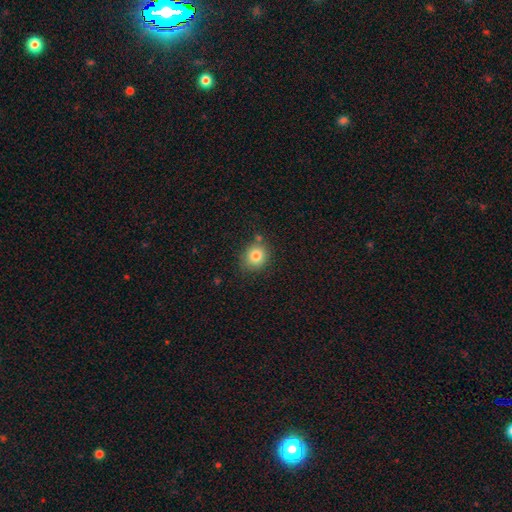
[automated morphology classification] Q: Smooth or featured?
A: smooth (81%); runner-up: star or artifact (11%)
Q: How rounded?
A: round (76%); runner-up: in between (23%)
Q: Merging?
A: none (75%); runner-up: minor disturbance (15%)